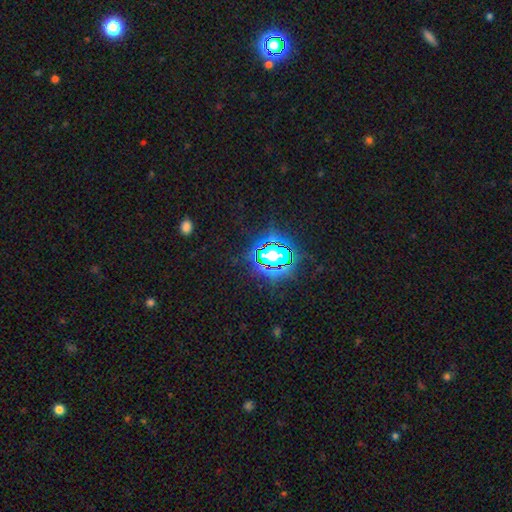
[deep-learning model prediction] star or artifact 82%, smooth 11%, featured or disk 7%.